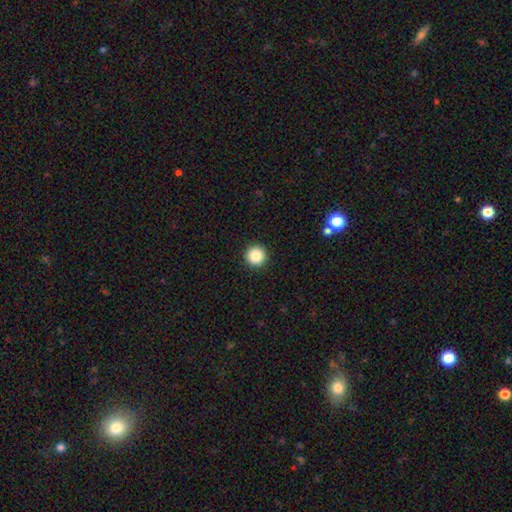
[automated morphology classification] Q: Smooth or featured?
A: smooth (86%); runner-up: star or artifact (9%)
Q: How rounded?
A: round (96%); runner-up: in between (3%)
Q: Merging?
A: none (94%); runner-up: minor disturbance (4%)